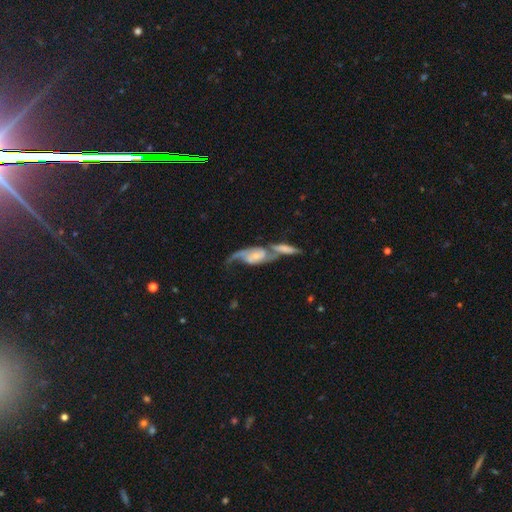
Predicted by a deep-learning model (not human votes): smooth-or-featured: featured or disk: 82% | smooth: 12% | star or artifact: 6%
  disk-edge-on: no: 93% | yes: 7%
    bar: no: 46% | weak: 39% | strong: 15%
    has-spiral-arms: yes: 95% | no: 5%
      spiral-winding: loose: 50% | medium: 36% | tight: 13%
      spiral-arm-count: 2: 83% | 1: 9% | can't tell: 5% | 3: 1% | 4: 1% | more than 4: 1%
    bulge-size: small: 53% | moderate: 26% | none: 15% | large: 5% | dominant: 2%
  merging: merger: 60% | none: 20% | major disturbance: 11% | minor disturbance: 9%